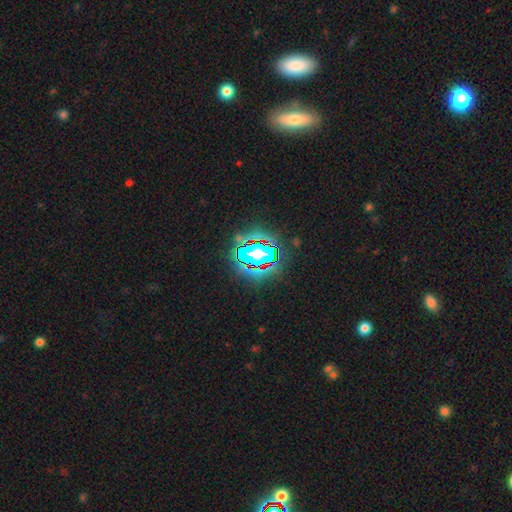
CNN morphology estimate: A star or artifact, not a galaxy (69%).